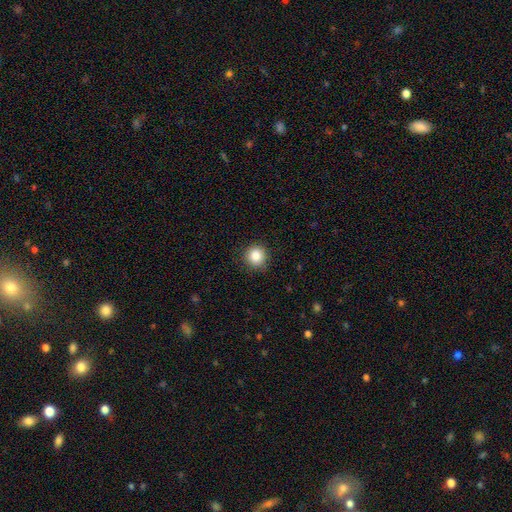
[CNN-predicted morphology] Overall: smooth (85%). How rounded: round (92%). Merging: none (89%).